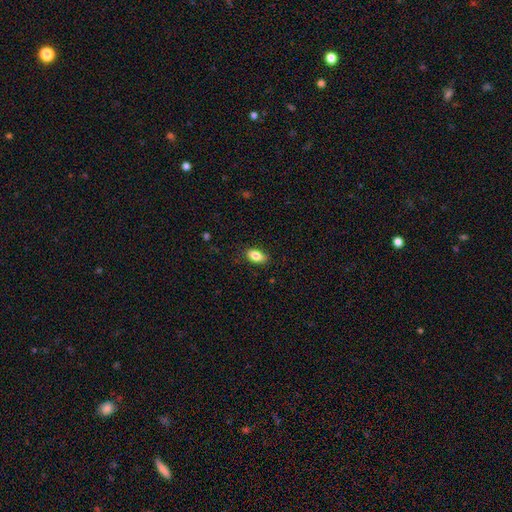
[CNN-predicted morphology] This appears to be a smooth galaxy with no disk features (83%) that is in between round and cigar-shaped (90%). Merging: none (85%).